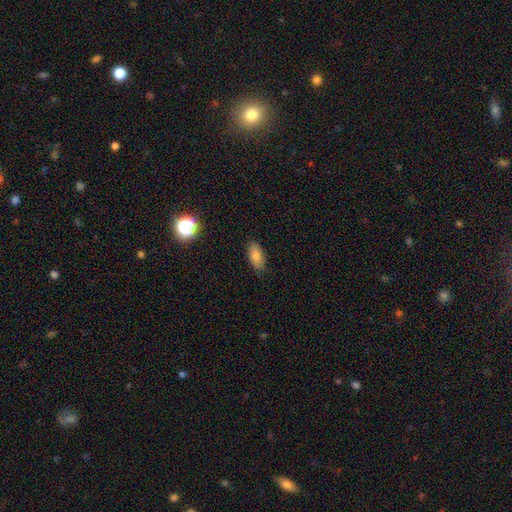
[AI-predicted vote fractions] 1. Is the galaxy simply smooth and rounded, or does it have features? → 79% smooth, 12% featured or disk, 9% star or artifact.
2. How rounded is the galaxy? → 87% in between, 9% cigar-shaped, 4% round.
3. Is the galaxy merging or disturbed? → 86% none, 11% minor disturbance, 2% major disturbance, 1% merger.